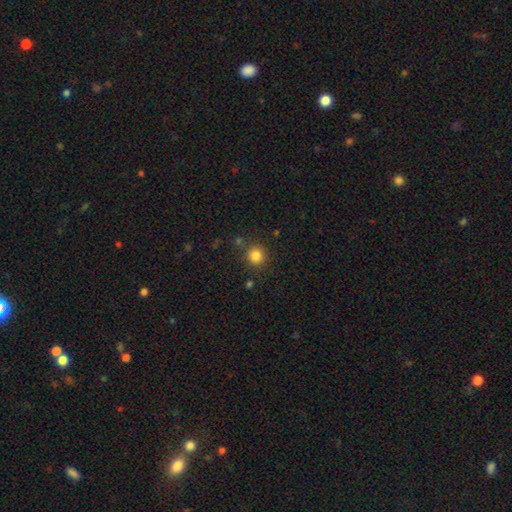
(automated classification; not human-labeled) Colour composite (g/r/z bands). It shows a smooth galaxy with no disk features (83%) that is round (92%). Merging: none (84%).